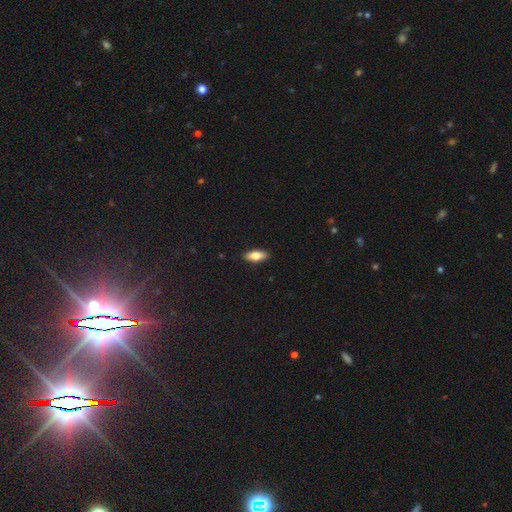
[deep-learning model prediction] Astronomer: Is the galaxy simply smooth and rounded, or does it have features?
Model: smooth — 76%.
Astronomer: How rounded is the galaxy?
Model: in between — 78%.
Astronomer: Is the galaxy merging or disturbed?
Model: none — 90%.